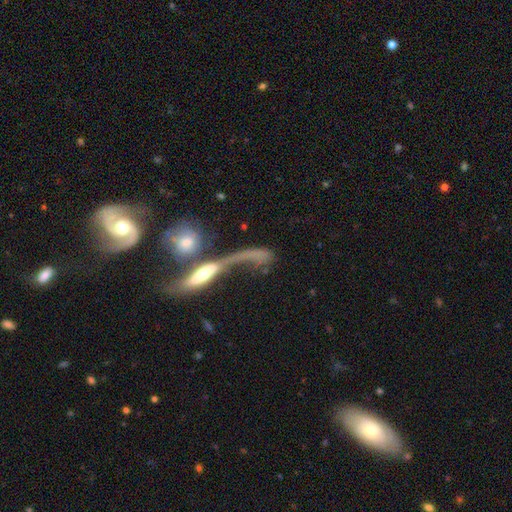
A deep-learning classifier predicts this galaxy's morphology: smooth-or-featured: featured or disk: 52% | smooth: 38% | star or artifact: 10%
  disk-edge-on: no: 64% | yes: 36%
  merging: merger: 51% | major disturbance: 24% | none: 17% | minor disturbance: 9%